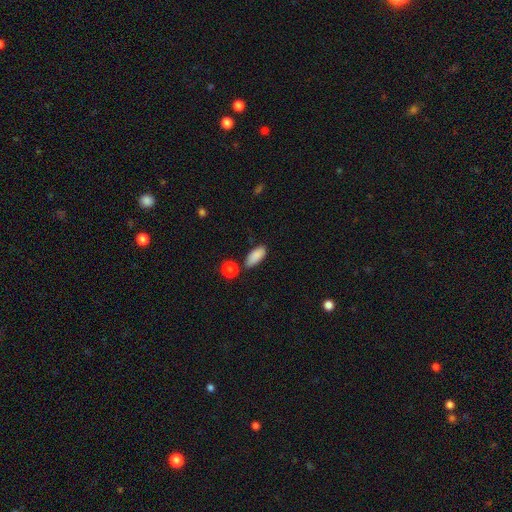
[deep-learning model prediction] This is clearly a smooth galaxy (88%). How rounded: clearly in between (83%). Merging: likely none (76%).